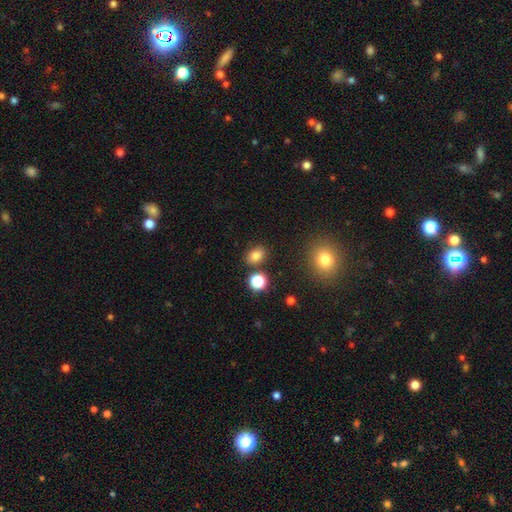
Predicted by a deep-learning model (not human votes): Smooth or featured?
  - smooth: 79% *
  - star or artifact: 14%
  - featured or disk: 6%
How rounded?
  - in between: 65% *
  - round: 33%
  - cigar-shaped: 1%
Merging?
  - none: 81% *
  - minor disturbance: 10%
  - merger: 6%
  - major disturbance: 3%